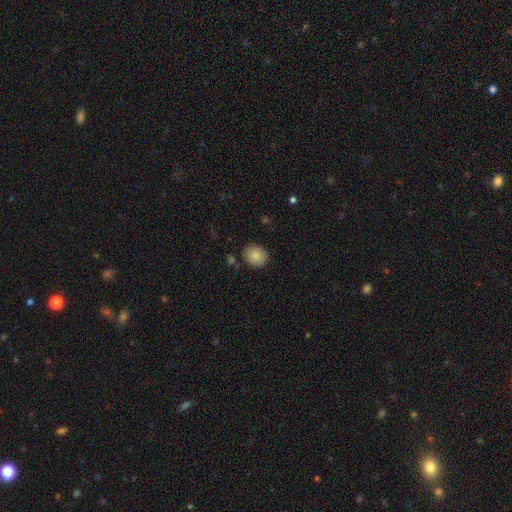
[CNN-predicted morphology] Q: Smooth or featured?
A: smooth (86%); runner-up: star or artifact (8%)
Q: How rounded?
A: round (67%); runner-up: in between (32%)
Q: Merging?
A: none (85%); runner-up: minor disturbance (10%)